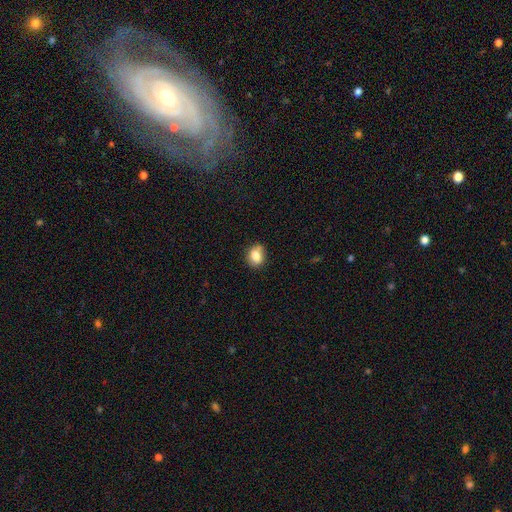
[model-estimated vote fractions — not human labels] Q: Smooth or featured?
A: smooth (81%); runner-up: star or artifact (10%)
Q: How rounded?
A: round (57%); runner-up: in between (42%)
Q: Merging?
A: none (70%); runner-up: minor disturbance (21%)